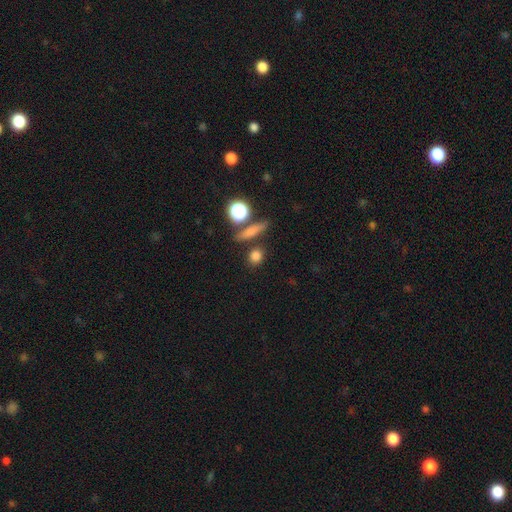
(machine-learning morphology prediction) A smooth galaxy with no disk features (78%) that is round (64%).

Vote fractions:
- Smooth or featured? smooth: 78% / star or artifact: 13% / featured or disk: 9%
- How rounded? round: 64% / in between: 23% / cigar-shaped: 14%
- Merging? none: 78% / minor disturbance: 9% / merger: 9% / major disturbance: 3%